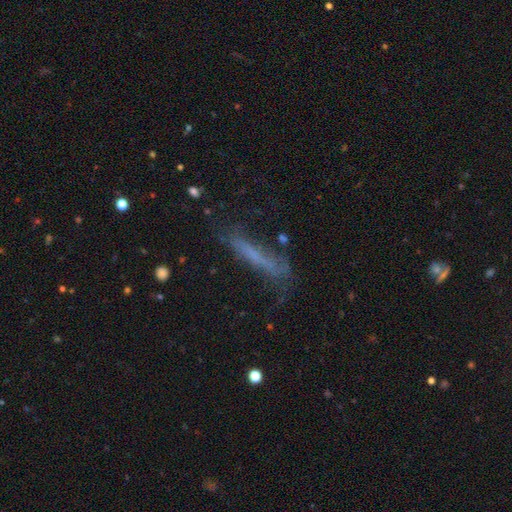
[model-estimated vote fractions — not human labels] Smooth or featured: smooth — 49% (featured or disk — 37%)
Merging: none — 55% (minor disturbance — 24%)